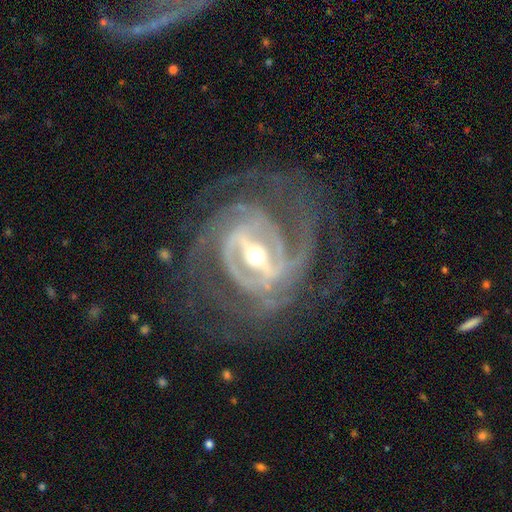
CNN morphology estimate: type=featured or disk (93%); edge-on=no (96%); bar=strong (73%); spiral arms=yes (97%); winding=tight (63%); arm count=3 (25%); bulge=moderate (54%); merging=none (71%).